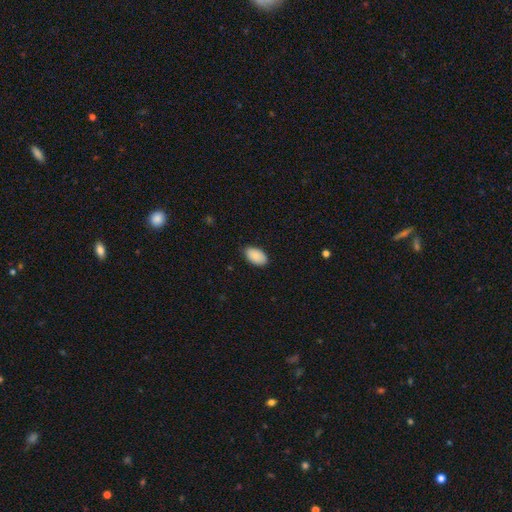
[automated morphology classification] Smooth or featured: smooth — 87% (featured or disk — 7%)
How rounded: in between — 94% (round — 4%)
Merging: none — 83% (minor disturbance — 14%)